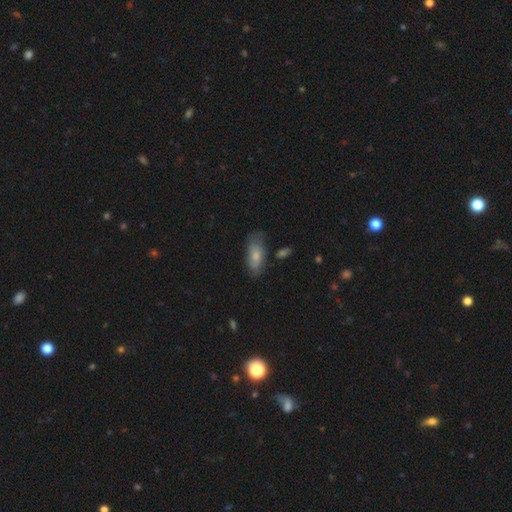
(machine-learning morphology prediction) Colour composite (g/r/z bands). It shows a smooth galaxy with no disk features (64%) that is in between round and cigar-shaped (85%). Merging: none (58%).